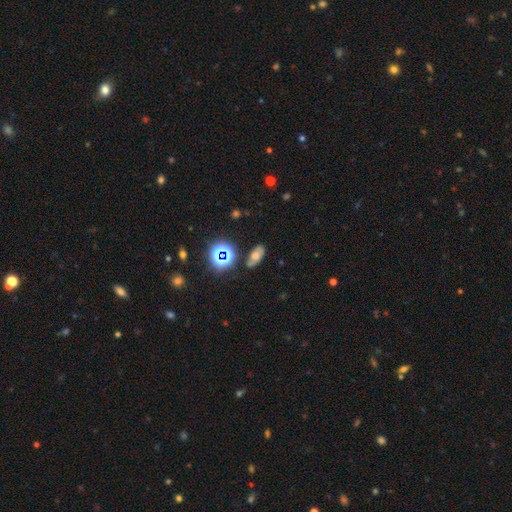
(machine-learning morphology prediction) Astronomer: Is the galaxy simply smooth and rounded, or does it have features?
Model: smooth — 53%.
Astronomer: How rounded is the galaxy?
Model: in between — 85%.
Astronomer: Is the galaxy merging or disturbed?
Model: none — 74%.